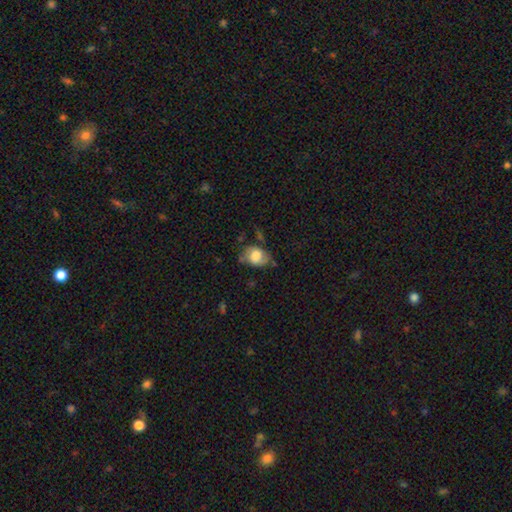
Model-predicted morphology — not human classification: Overall: smooth (65%; featured or disk 27%). How rounded: in between (74%). Merging: none (51%; minor disturbance 33%).